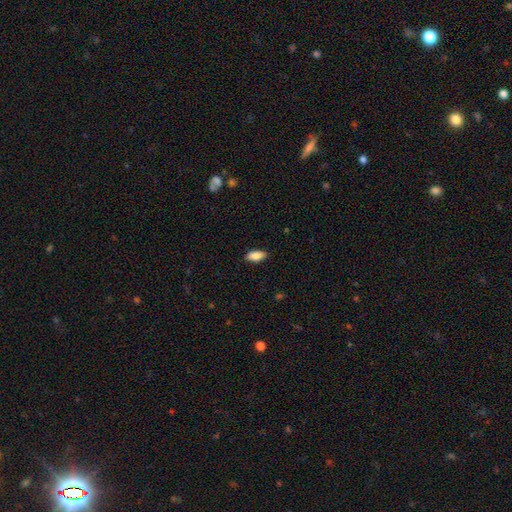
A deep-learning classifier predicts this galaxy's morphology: Smooth or featured? smooth (87%)
How rounded? in between (85%)
Merging? none (86%)